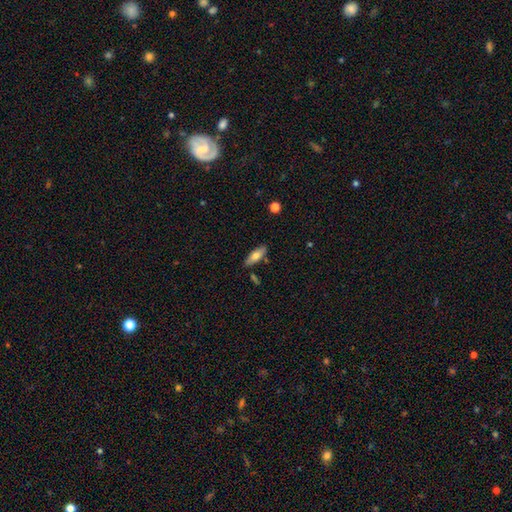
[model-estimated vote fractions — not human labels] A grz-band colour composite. It shows a smooth galaxy with no disk features (69%) that is in between round and cigar-shaped (64%). Merging: none (81%).